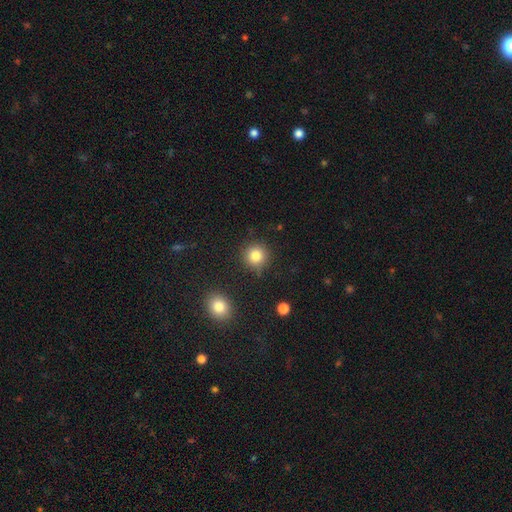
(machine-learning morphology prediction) Smooth or featured: smooth — 83% (star or artifact — 11%)
How rounded: round — 93% (in between — 6%)
Merging: none — 85% (minor disturbance — 9%)